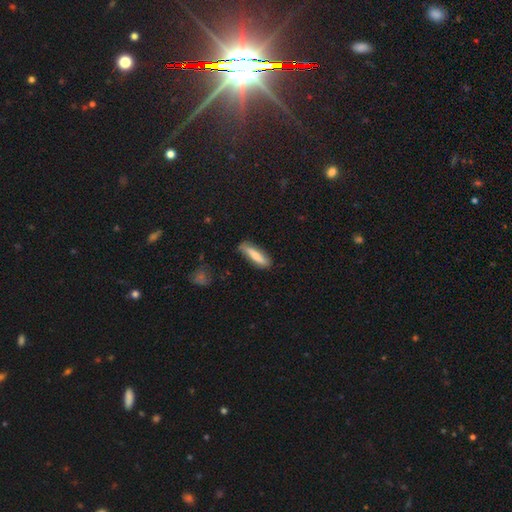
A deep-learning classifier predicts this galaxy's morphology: The model was most divided on "how rounded": cigar-shaped: 73%, in between: 25%, round: 2%. More confident: merging — none (79%); smooth or featured — smooth (74%).